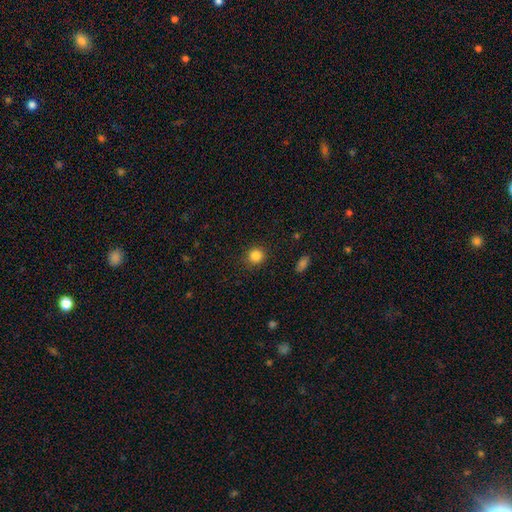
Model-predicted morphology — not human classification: Smooth or featured? Predicted: smooth (p=0.85). How rounded? Predicted: round (p=0.90). Merging? Predicted: none (p=0.89).